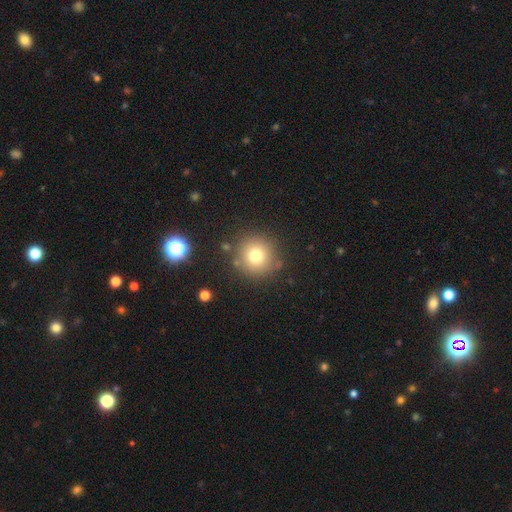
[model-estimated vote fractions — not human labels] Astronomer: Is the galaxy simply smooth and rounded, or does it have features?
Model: smooth — 75%.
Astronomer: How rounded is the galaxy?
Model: round — 94%.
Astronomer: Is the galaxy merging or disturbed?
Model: none — 84%.